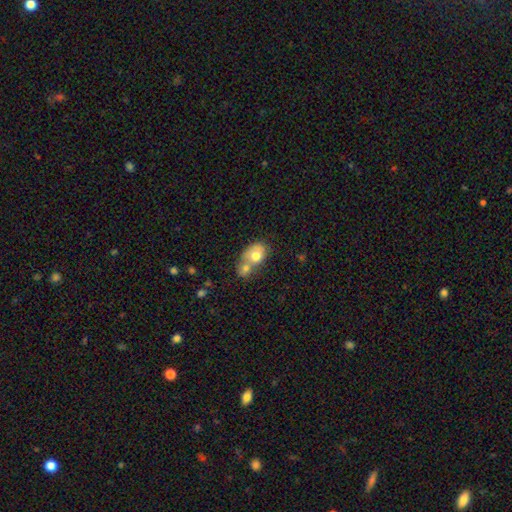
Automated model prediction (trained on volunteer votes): The model was most divided on "how rounded": in between: 64%, round: 35%, cigar-shaped: 1%. More confident: smooth or featured — smooth (71%); merging — merger (70%).